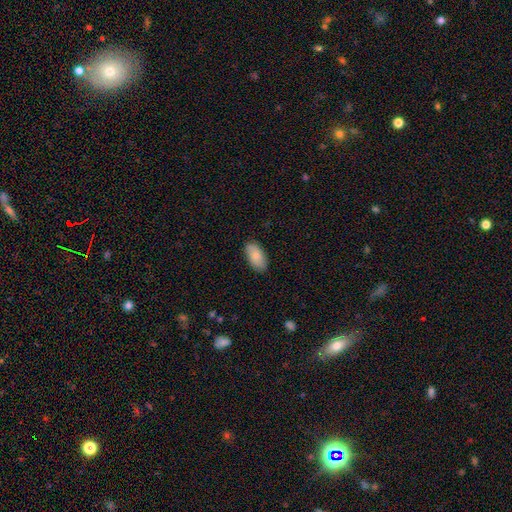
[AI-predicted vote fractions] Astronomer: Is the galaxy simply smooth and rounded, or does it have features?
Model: smooth — 82%.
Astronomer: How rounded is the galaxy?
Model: in between — 94%.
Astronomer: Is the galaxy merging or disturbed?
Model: none — 86%.